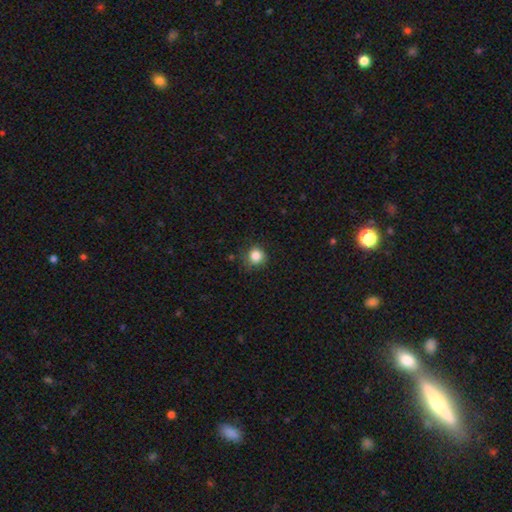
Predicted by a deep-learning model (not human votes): Smooth or featured?
  - smooth: 85% *
  - star or artifact: 11%
  - featured or disk: 4%
How rounded?
  - round: 88% *
  - in between: 11%
  - cigar-shaped: 1%
Merging?
  - none: 77% *
  - minor disturbance: 17%
  - major disturbance: 4%
  - merger: 1%